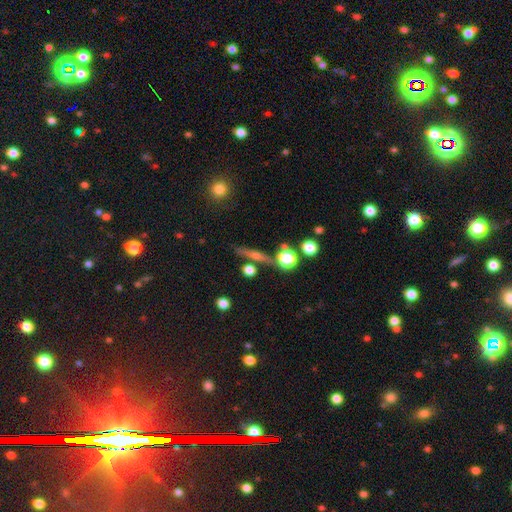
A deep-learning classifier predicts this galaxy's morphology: This appears to be a featured or disk galaxy (58%) viewed edge-on (91%) with a rounded central bulge (79%). Merging: none (78%).